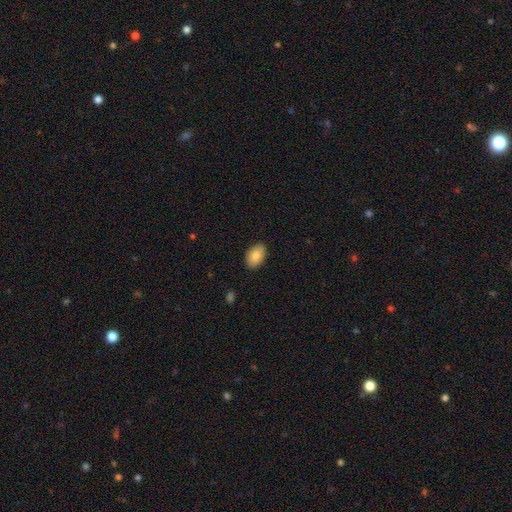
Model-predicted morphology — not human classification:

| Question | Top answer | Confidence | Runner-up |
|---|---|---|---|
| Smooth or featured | smooth | 84% | featured or disk (10%) |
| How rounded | in between | 89% | round (10%) |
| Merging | none | 87% | minor disturbance (10%) |